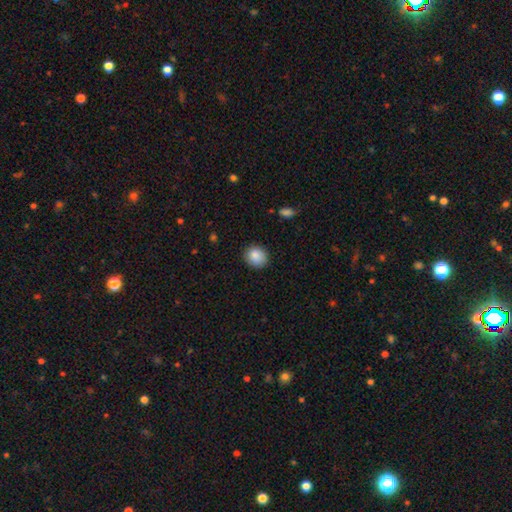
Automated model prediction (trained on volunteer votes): Overall: smooth (87%). How rounded: round (76%). Merging: none (87%).